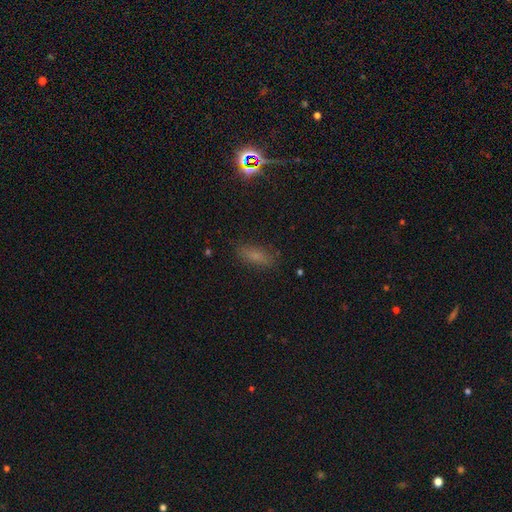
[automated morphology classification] This appears to be a smooth galaxy with no disk features (61%) that is in between round and cigar-shaped (67%). Merging: none (81%).